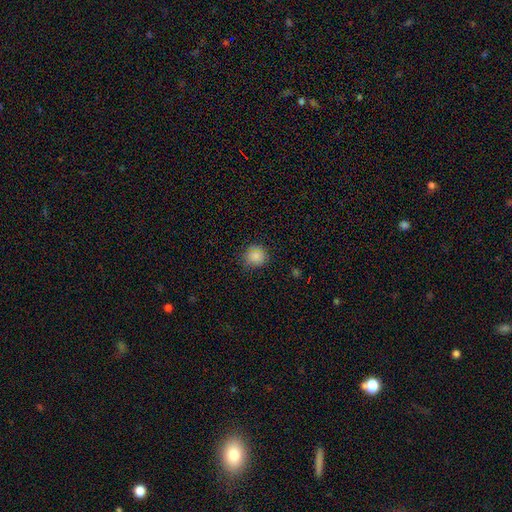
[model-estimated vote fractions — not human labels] Q: Smooth or featured?
A: smooth (83%); runner-up: star or artifact (11%)
Q: How rounded?
A: round (86%); runner-up: in between (13%)
Q: Merging?
A: none (79%); runner-up: minor disturbance (16%)